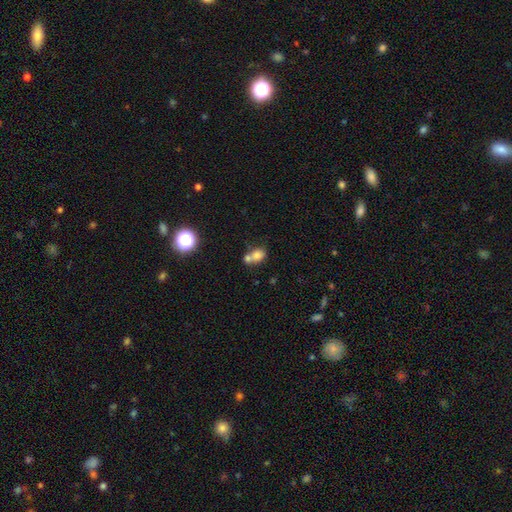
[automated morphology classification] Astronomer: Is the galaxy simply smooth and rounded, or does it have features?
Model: smooth — 75%.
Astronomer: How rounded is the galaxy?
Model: round — 50% (runner-up: in between, 48%).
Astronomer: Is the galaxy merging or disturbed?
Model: merger — 55% (runner-up: none, 32%).